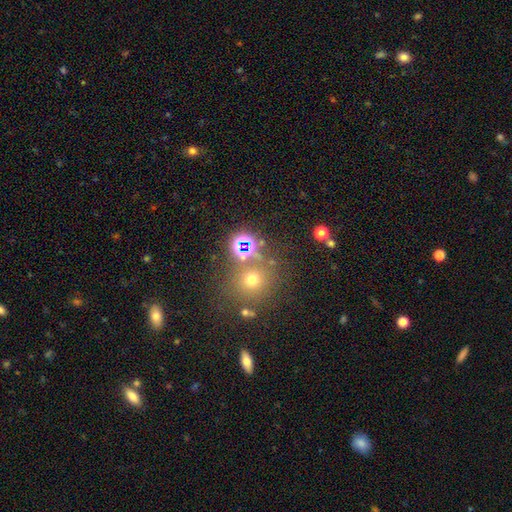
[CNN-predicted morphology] type=smooth (44%, tied with star or artifact); merging=none (70%).